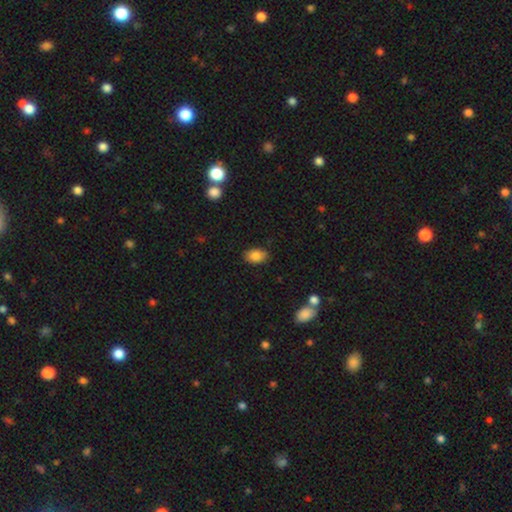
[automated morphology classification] A smooth galaxy with no disk features (86%) that is in between round and cigar-shaped (89%). Merging: none (84%).